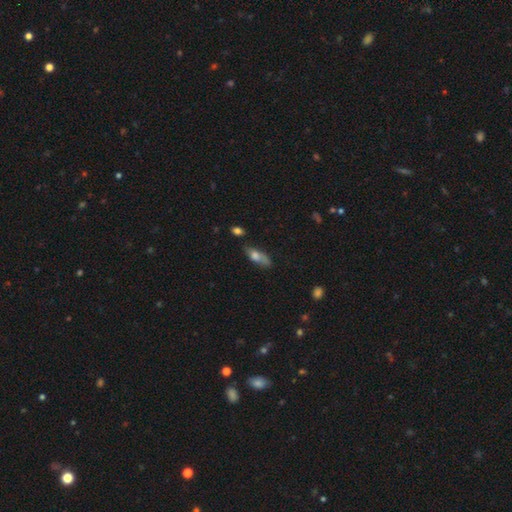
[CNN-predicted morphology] Smooth or featured?
  - smooth: 62% *
  - featured or disk: 30%
  - star or artifact: 8%
How rounded?
  - in between: 68% *
  - cigar-shaped: 28%
  - round: 4%
Merging?
  - none: 50% *
  - minor disturbance: 30%
  - major disturbance: 13%
  - merger: 7%